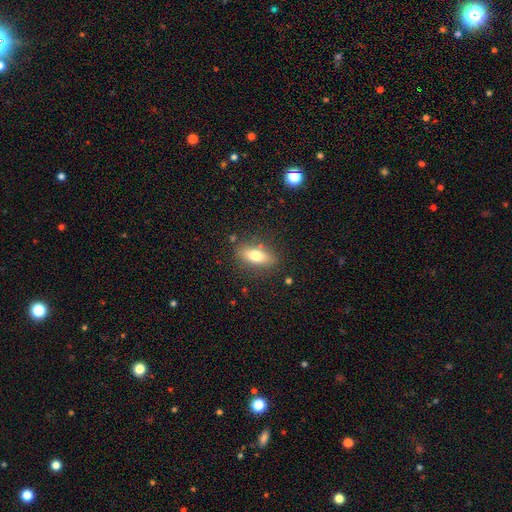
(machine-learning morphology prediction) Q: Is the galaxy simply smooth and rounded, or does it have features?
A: smooth — 71%.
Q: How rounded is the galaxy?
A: in between — 78%.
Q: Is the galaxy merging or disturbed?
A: none — 82%.